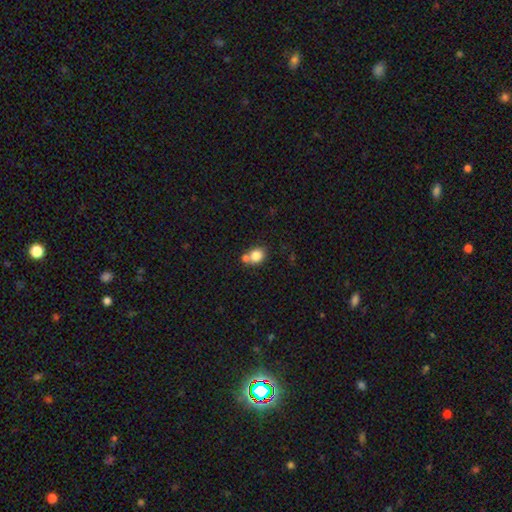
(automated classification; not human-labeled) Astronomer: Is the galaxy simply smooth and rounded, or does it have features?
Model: smooth — 81%.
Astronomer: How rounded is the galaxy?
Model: round — 65%.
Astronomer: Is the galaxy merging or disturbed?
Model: none — 50% (runner-up: merger, 37%).